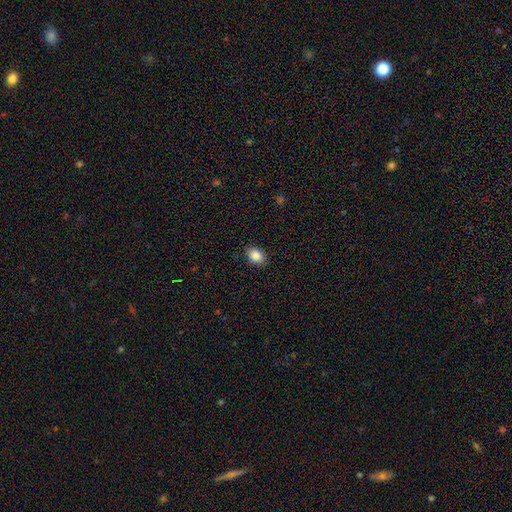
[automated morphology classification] A smooth galaxy with no disk features (86%) that is in between round and cigar-shaped (67%). Merging: none (87%).